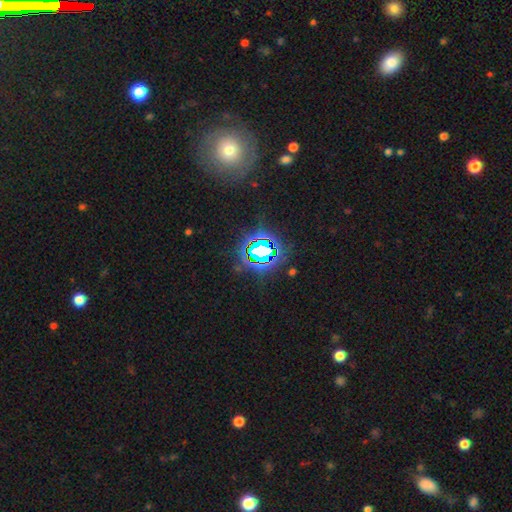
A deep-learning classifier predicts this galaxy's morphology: Smooth or featured? Predicted: star or artifact (p=0.76).